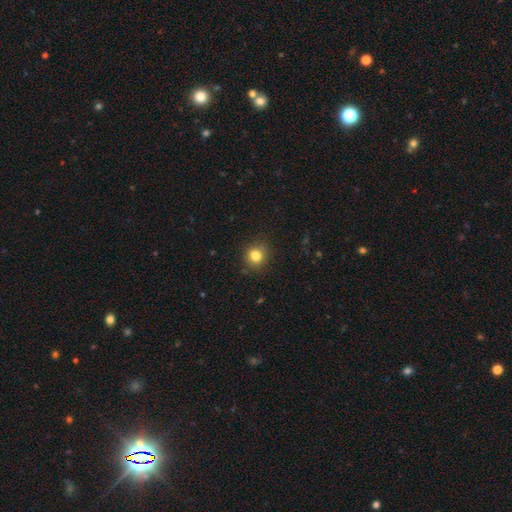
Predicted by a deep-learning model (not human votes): A smooth galaxy with no disk features (82%) that is round (82%). Merging: none (84%).